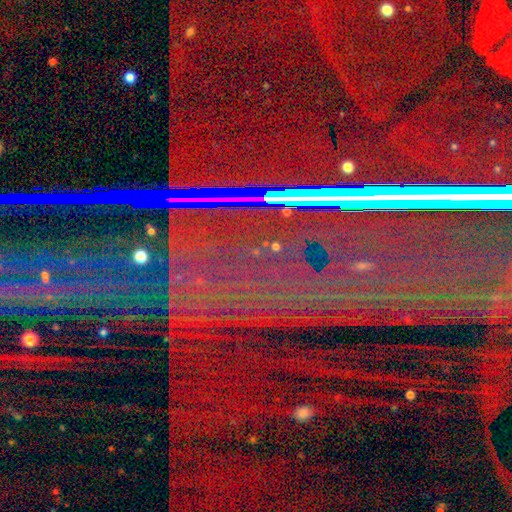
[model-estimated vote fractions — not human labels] smooth-or-featured: star or artifact: 86% | featured or disk: 8% | smooth: 6%